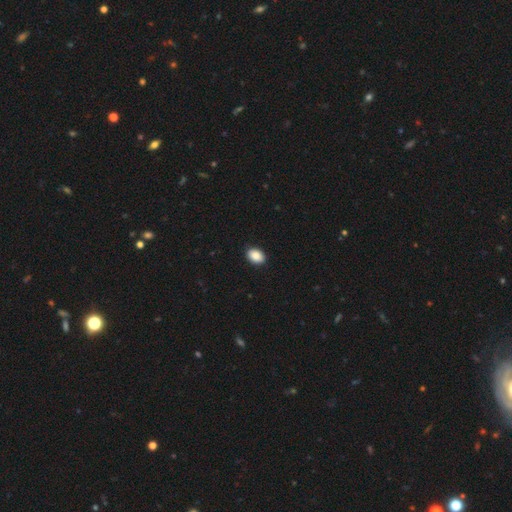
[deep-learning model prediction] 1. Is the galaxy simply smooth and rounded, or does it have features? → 88% smooth, 8% star or artifact, 4% featured or disk.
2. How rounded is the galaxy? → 81% in between, 18% round, 1% cigar-shaped.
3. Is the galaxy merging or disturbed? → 91% none, 7% minor disturbance, 2% major disturbance, 1% merger.